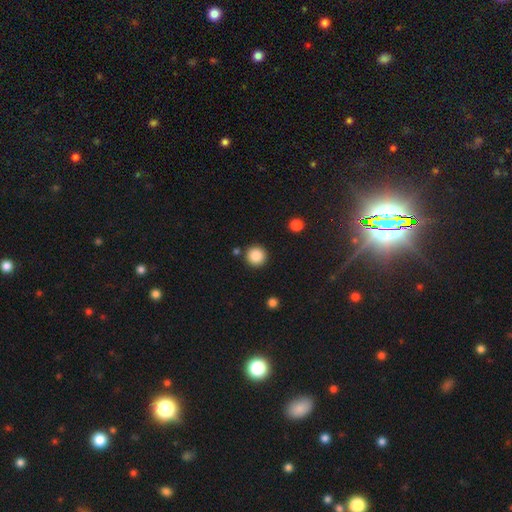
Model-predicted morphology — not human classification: Q: Smooth or featured?
A: smooth (87%); runner-up: star or artifact (9%)
Q: How rounded?
A: round (95%); runner-up: in between (4%)
Q: Merging?
A: none (89%); runner-up: minor disturbance (6%)